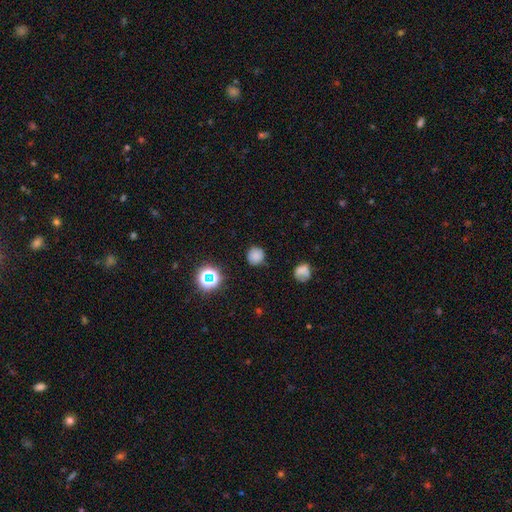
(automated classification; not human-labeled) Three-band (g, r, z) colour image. It shows a smooth galaxy with no disk features (77%) that is round (92%). Merging: none (83%).